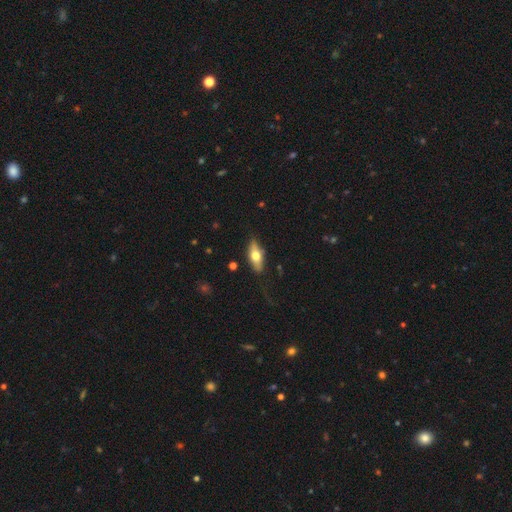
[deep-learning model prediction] Smooth or featured?
  - smooth: 55% *
  - featured or disk: 39%
  - star or artifact: 6%
How rounded?
  - in between: 71% *
  - cigar-shaped: 25%
  - round: 4%
Merging?
  - none: 80% *
  - minor disturbance: 15%
  - major disturbance: 4%
  - merger: 2%